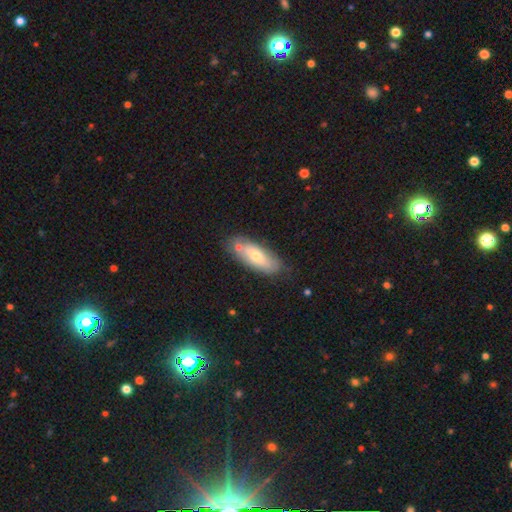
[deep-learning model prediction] A smooth galaxy with no disk features (58%) that is in between round and cigar-shaped (72%). Merging: none (68%).